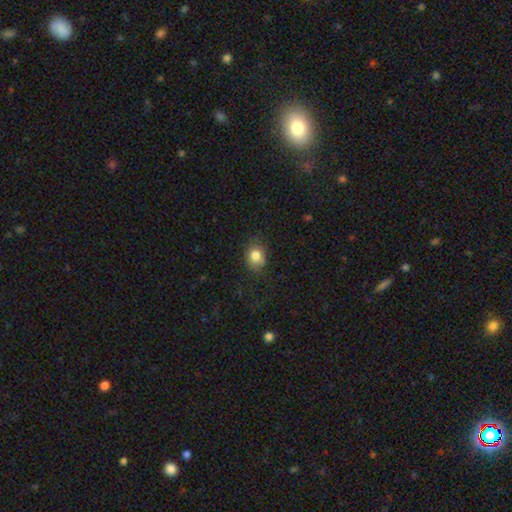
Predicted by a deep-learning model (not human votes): A smooth galaxy with no disk features (82%) that is round (52%). Merging: none (75%).